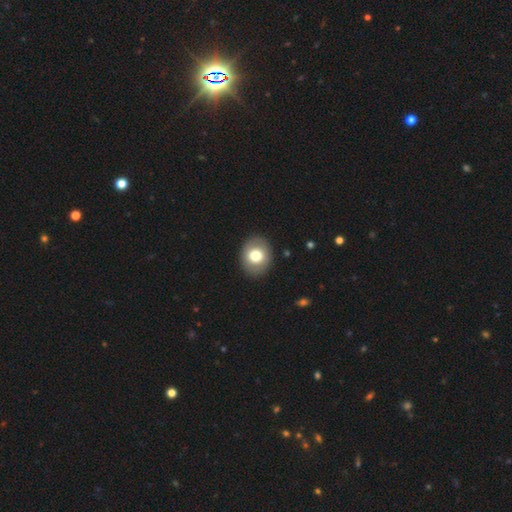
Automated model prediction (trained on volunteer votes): A smooth galaxy with no disk features (73%) that is round (61%).

Vote fractions:
- Smooth or featured? smooth: 73% / featured or disk: 19% / star or artifact: 8%
- How rounded? round: 61% / in between: 39% / cigar-shaped: 1%
- Merging? none: 90% / minor disturbance: 7% / major disturbance: 2% / merger: 1%